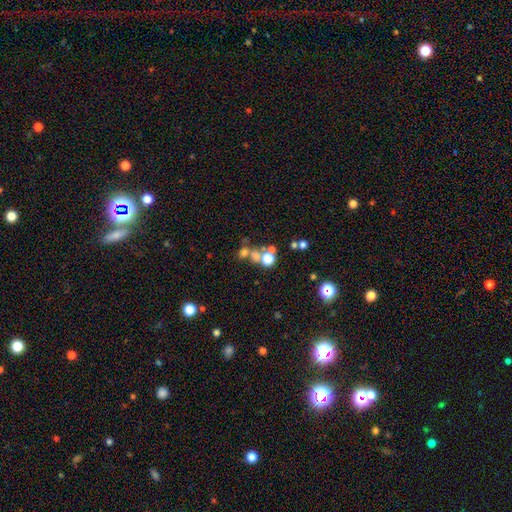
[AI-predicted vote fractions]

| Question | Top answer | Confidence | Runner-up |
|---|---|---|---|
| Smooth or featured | smooth | 55% | star or artifact (28%) |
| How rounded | round | 81% | in between (18%) |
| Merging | none | 45% | merger (40%) |